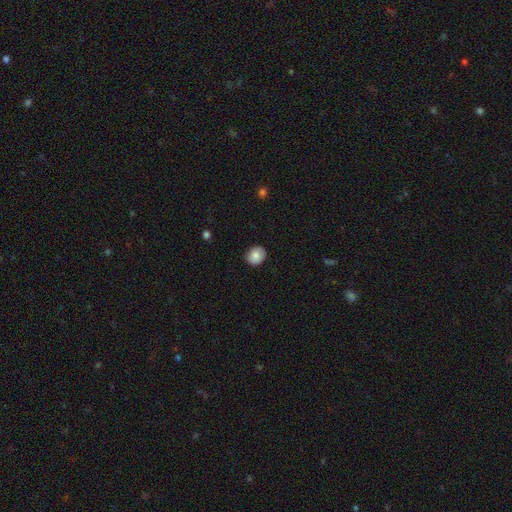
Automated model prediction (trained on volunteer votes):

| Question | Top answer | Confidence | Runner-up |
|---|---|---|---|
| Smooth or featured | smooth | 85% | star or artifact (8%) |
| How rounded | round | 72% | in between (28%) |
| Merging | none | 88% | minor disturbance (9%) |